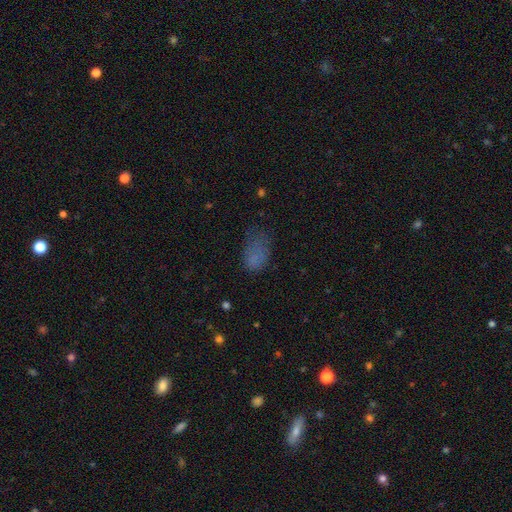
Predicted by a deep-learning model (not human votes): The model was most divided on "merging": none: 36%, minor disturbance: 31%, major disturbance: 31%, merger: 3%. More confident: how rounded — in between (88%); smooth or featured — smooth (70%).